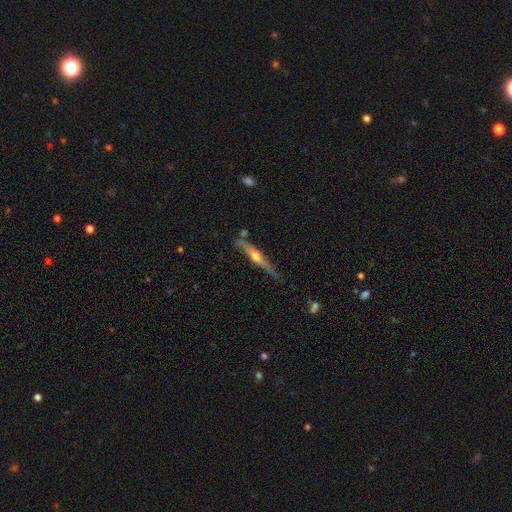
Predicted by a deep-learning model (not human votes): Smooth or featured?
  - featured or disk: 64% *
  - smooth: 30%
  - star or artifact: 6%
Edge-on disk?
  - yes: 94% *
  - no: 6%
Edge-on bulge?
  - rounded: 85% *
  - none: 10%
  - boxy: 6%
Merging?
  - none: 72% *
  - minor disturbance: 19%
  - merger: 6%
  - major disturbance: 4%